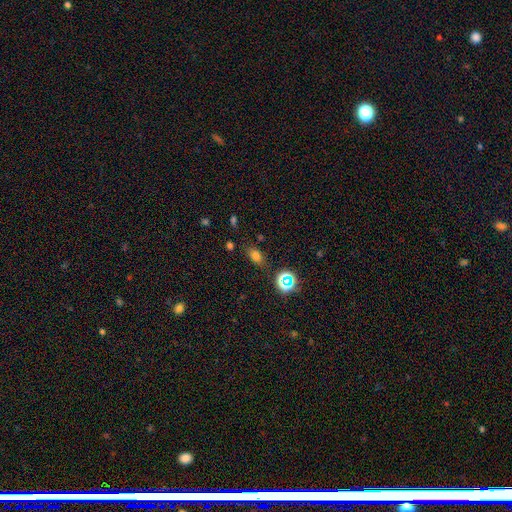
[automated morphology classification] Smooth or featured? Predicted: smooth (p=0.70). How rounded? Predicted: in between (p=0.77). Merging? Predicted: none (p=0.77).